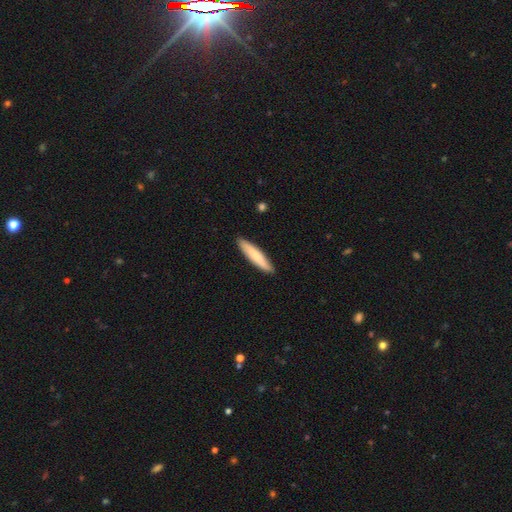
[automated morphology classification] This appears to be a smooth galaxy with no disk features (77%) that is cigar-shaped (86%). Merging: none (90%).